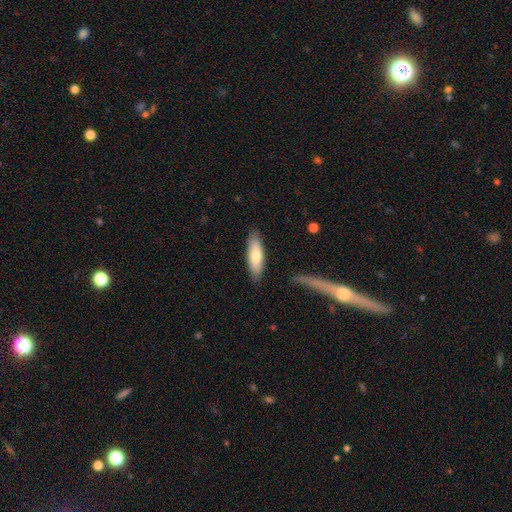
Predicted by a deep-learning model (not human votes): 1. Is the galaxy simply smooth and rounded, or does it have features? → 72% smooth, 22% featured or disk, 6% star or artifact.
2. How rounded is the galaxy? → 51% cigar-shaped, 48% in between, 2% round.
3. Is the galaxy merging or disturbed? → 84% none, 12% minor disturbance, 2% major disturbance, 2% merger.